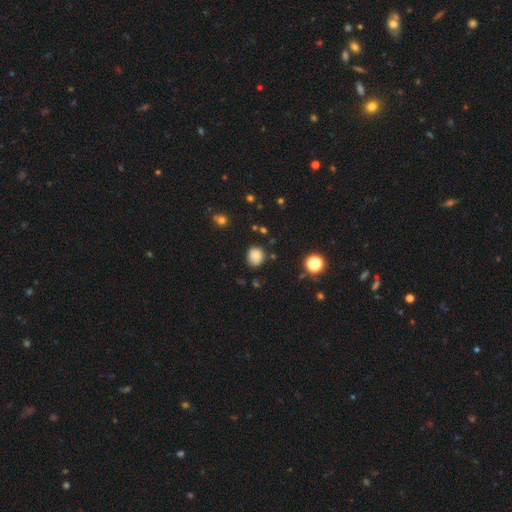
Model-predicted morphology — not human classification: This appears to be a smooth galaxy with no disk features (80%) that is round (76%). Merging: none (80%).